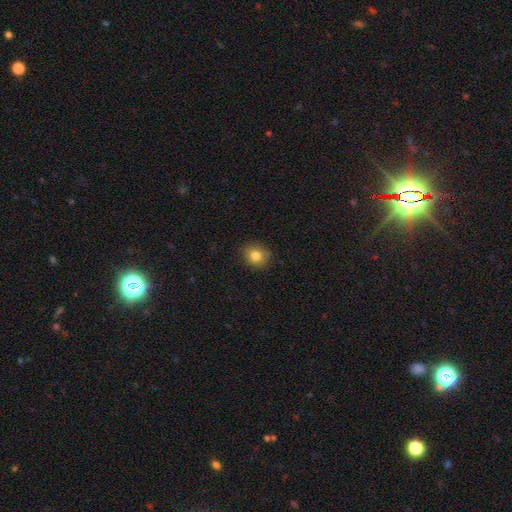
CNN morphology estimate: Overall: smooth (81%). How rounded: round (77%). Merging: none (87%).